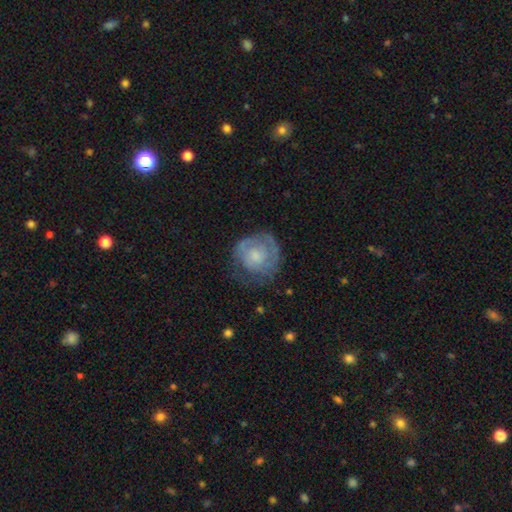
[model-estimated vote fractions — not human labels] Morphology: type=featured or disk (59%); edge-on=no (97%); bar=no (74%); spiral arms=yes (75%); bulge=moderate (40%); merging=none (60%).